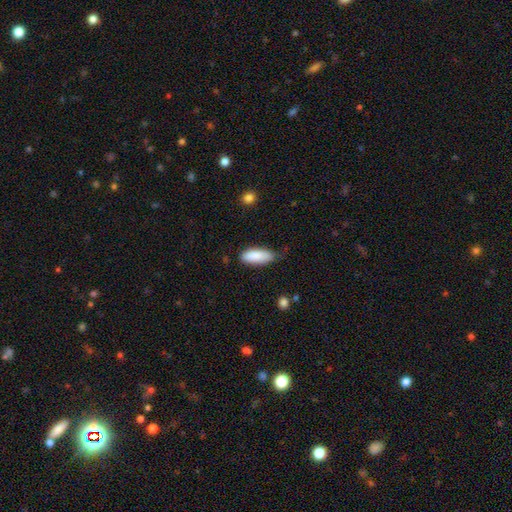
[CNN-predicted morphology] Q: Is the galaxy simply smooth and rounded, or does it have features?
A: smooth — 88%.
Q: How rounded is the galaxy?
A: in between — 76%.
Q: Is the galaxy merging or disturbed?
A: none — 70%.